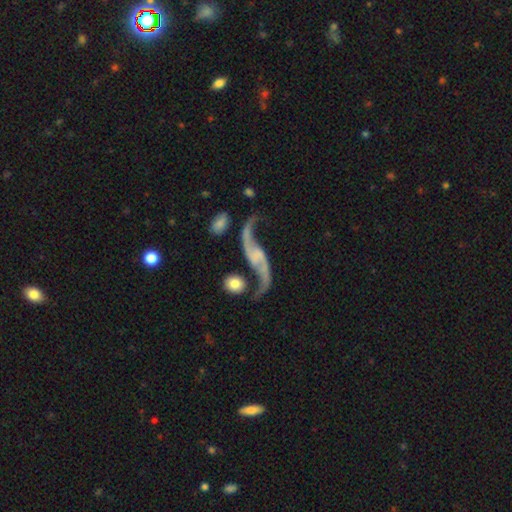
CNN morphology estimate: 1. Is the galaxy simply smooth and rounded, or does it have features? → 89% featured or disk, 6% smooth, 6% star or artifact.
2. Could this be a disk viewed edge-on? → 95% no, 5% yes.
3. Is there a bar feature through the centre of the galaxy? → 53% no, 33% weak, 14% strong.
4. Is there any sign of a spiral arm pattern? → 95% yes, 5% no.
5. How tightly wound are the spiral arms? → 91% loose, 7% medium, 2% tight.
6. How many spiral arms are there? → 93% 2, 3% 1, 1% can't tell, 1% 3, 1% 4, 1% more than 4.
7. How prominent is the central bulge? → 50% none, 33% small, 11% moderate, 3% large, 2% dominant.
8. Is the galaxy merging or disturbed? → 59% none, 17% minor disturbance, 15% major disturbance, 10% merger.